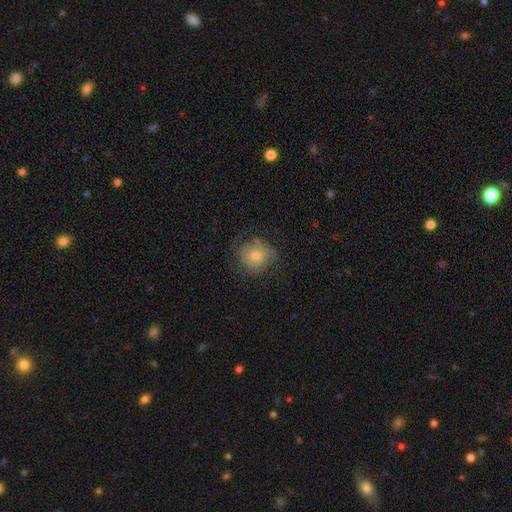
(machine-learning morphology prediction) Q: Smooth or featured?
A: smooth (54%); runner-up: featured or disk (38%)
Q: How rounded?
A: round (78%); runner-up: in between (21%)
Q: Merging?
A: none (58%); runner-up: minor disturbance (24%)